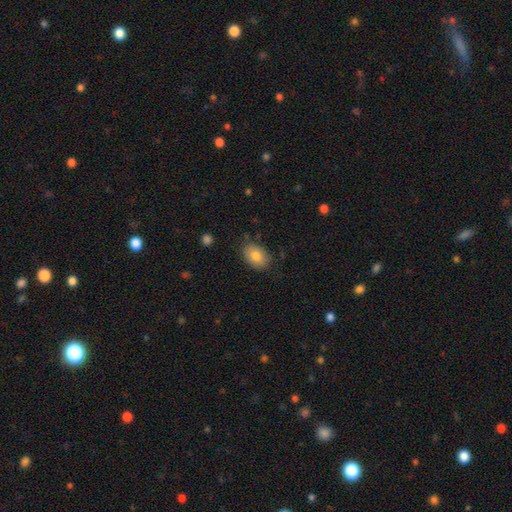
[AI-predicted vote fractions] Smooth or featured? smooth (82%)
How rounded? in between (79%)
Merging? none (81%)